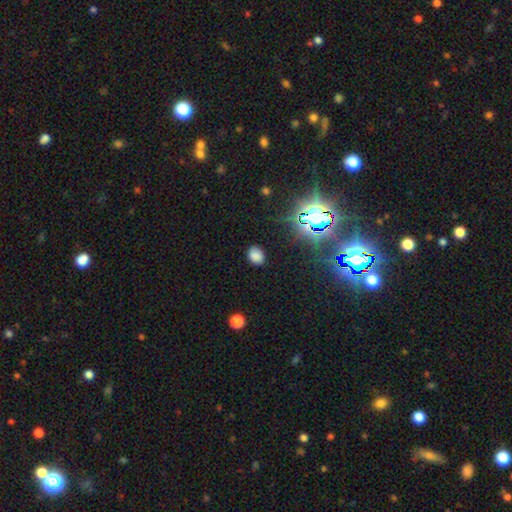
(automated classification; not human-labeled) Smooth or featured? Predicted: smooth (p=0.75). How rounded? Predicted: in between (p=0.68). Merging? Predicted: none (p=0.85).